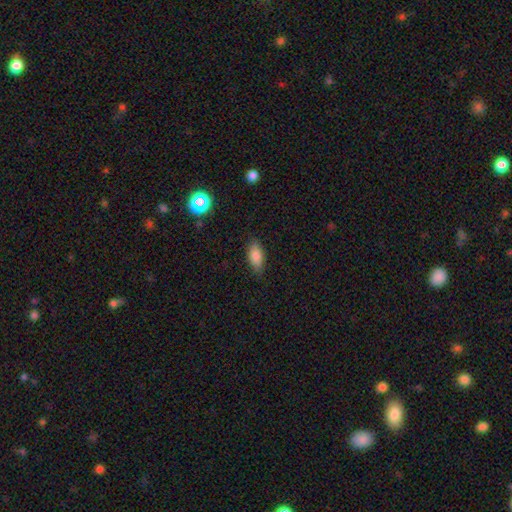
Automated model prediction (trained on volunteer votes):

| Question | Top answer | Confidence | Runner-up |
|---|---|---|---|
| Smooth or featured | smooth | 84% | star or artifact (8%) |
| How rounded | in between | 87% | cigar-shaped (10%) |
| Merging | none | 83% | minor disturbance (14%) |